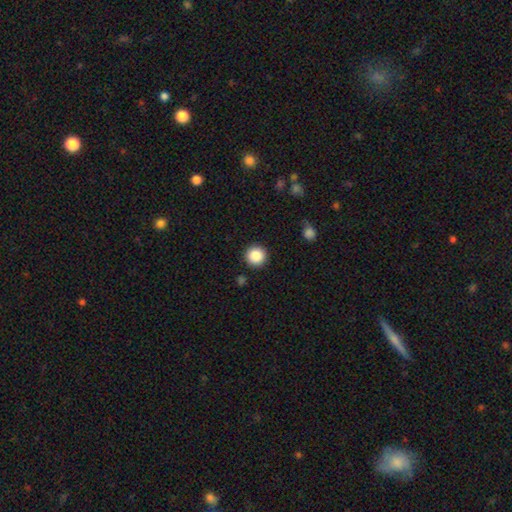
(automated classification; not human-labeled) smooth 87%, star or artifact 9%, featured or disk 4%. Down the decision tree: how rounded — round (96%); merging — none (91%).